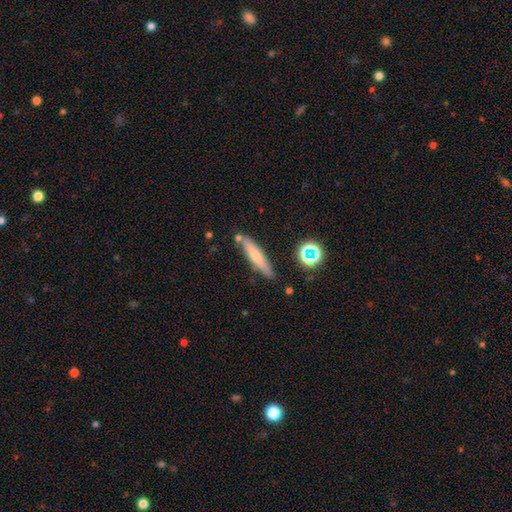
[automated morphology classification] type=smooth (60%); roundness=cigar-shaped (86%); merging=none (78%).